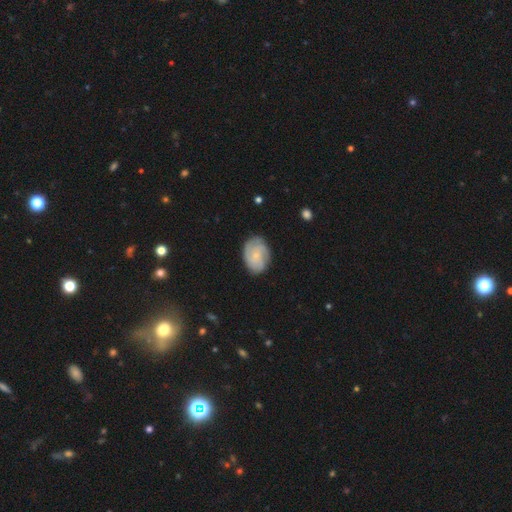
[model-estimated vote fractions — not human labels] smooth_or_featured: featured or disk (p=0.62) [alt: smooth p=0.31]
disk_edge_on: no (p=0.98) [alt: yes p=0.02]
bar: no (p=0.76) [alt: weak p=0.21]
has_spiral_arms: yes (p=0.92) [alt: no p=0.08]
spiral_winding: tight (p=0.57) [alt: medium p=0.33]
spiral_arm_count: 3 (p=0.31) [alt: can't tell p=0.29]
bulge_size: small (p=0.74) [alt: moderate p=0.17]
merging: none (p=0.76) [alt: minor disturbance p=0.18]